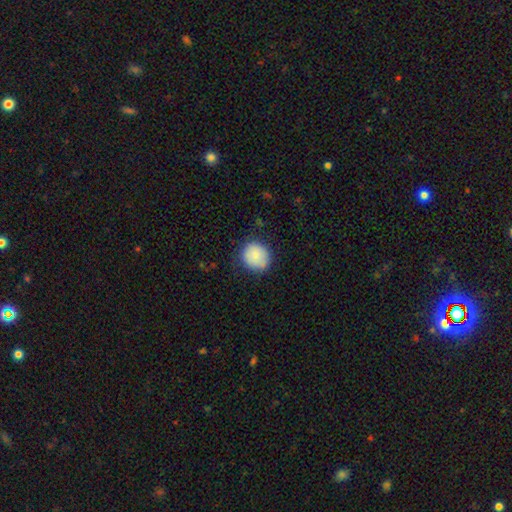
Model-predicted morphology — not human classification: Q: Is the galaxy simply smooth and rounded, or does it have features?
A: smooth — 81%.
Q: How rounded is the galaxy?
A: round — 84%.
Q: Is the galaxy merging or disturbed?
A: none — 74%.